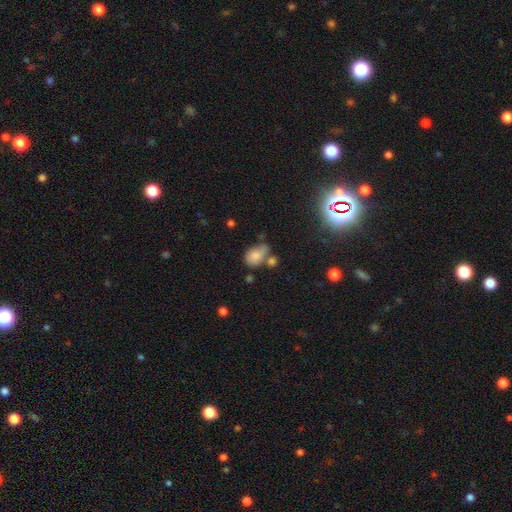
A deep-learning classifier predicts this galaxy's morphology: smooth_or_featured: smooth (p=0.75) [alt: featured or disk p=0.13]
how_rounded: in between (p=0.72) [alt: round p=0.27]
merging: none (p=0.34) [alt: minor disturbance p=0.27]